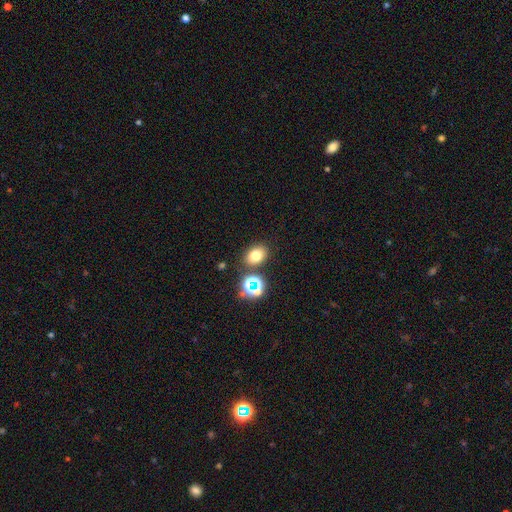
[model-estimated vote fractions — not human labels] A smooth galaxy with no disk features (72%) that is in between round and cigar-shaped (64%).

Vote fractions:
- Smooth or featured? smooth: 72% / star or artifact: 18% / featured or disk: 10%
- How rounded? in between: 64% / round: 35% / cigar-shaped: 1%
- Merging? none: 78% / minor disturbance: 10% / merger: 9% / major disturbance: 3%